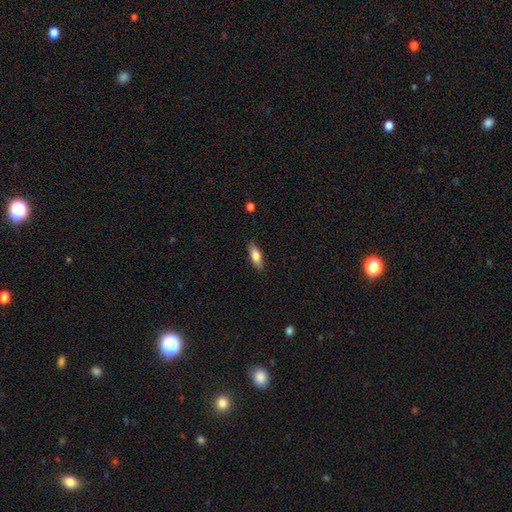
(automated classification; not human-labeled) Morphology: type=smooth (79%); roundness=in between (65%); merging=none (86%).